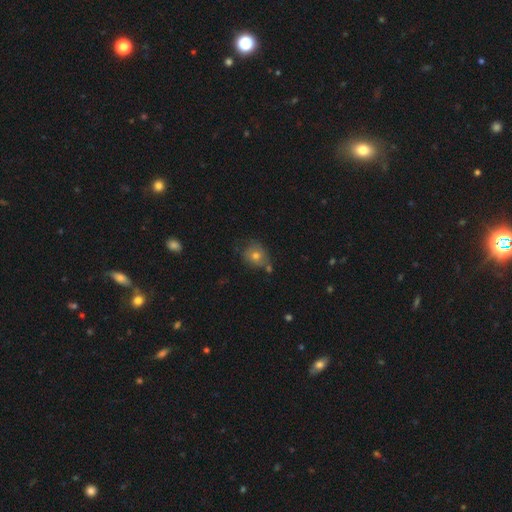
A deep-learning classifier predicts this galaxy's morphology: Smooth or featured: smooth — 72% (featured or disk — 15%)
How rounded: round — 72% (in between — 27%)
Merging: none — 64% (minor disturbance — 21%)